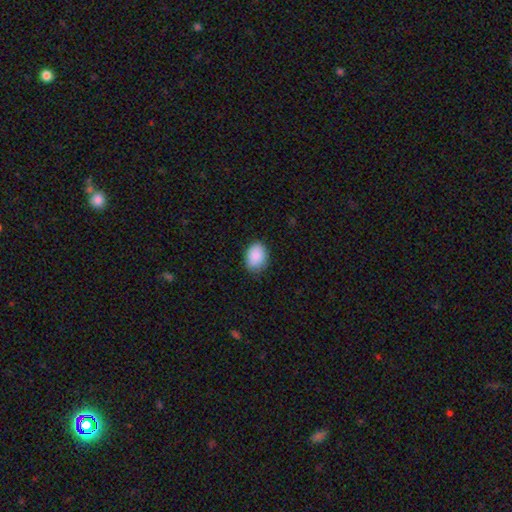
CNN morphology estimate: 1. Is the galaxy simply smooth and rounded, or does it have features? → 89% smooth, 7% star or artifact, 4% featured or disk.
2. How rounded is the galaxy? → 76% in between, 23% round, 1% cigar-shaped.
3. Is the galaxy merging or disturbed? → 78% none, 18% minor disturbance, 3% major disturbance, 1% merger.